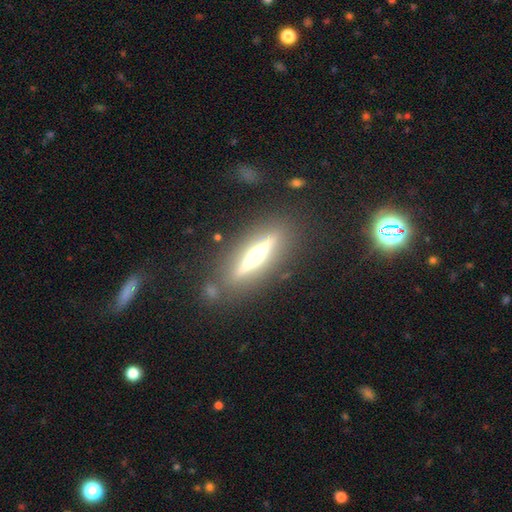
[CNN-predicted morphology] This appears to be a featured or disk galaxy (74%) viewed edge-on (95%) with a rounded central bulge (78%). Merging: none (86%).